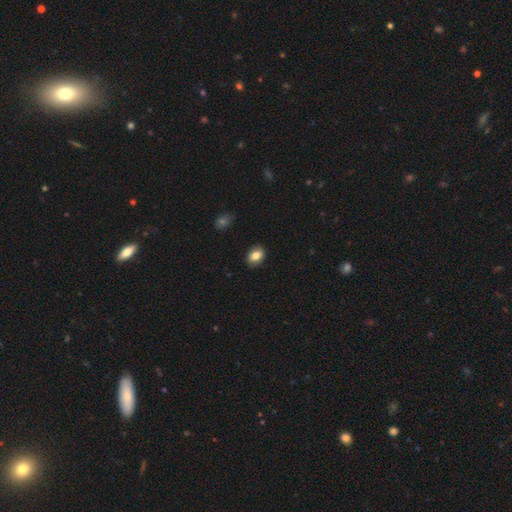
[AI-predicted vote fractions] A smooth galaxy with no disk features (81%) that is in between round and cigar-shaped (77%).

Vote fractions:
- Smooth or featured? smooth: 81% / featured or disk: 11% / star or artifact: 8%
- How rounded? in between: 77% / round: 21% / cigar-shaped: 1%
- Merging? none: 87% / minor disturbance: 10% / major disturbance: 2% / merger: 1%